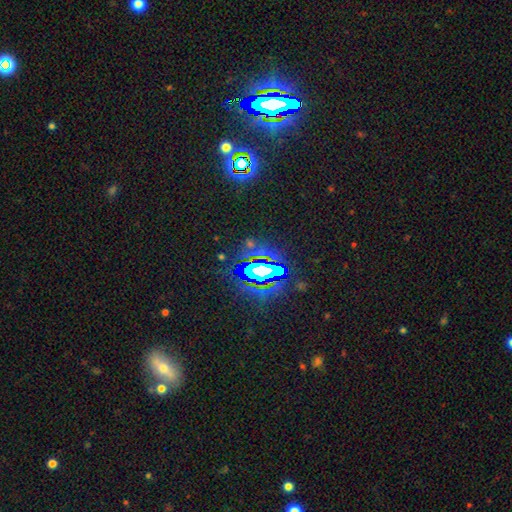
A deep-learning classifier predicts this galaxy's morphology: Smooth or featured? star or artifact (78%)